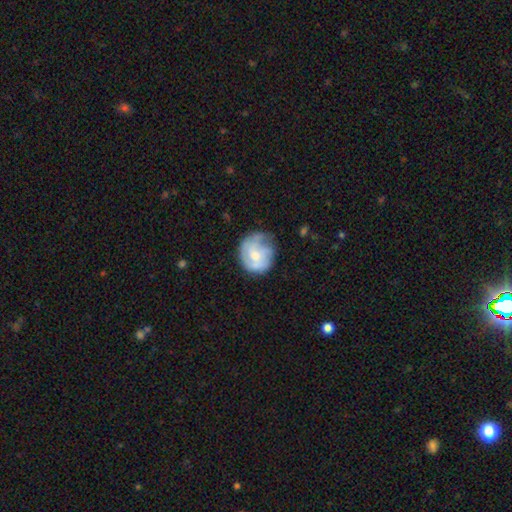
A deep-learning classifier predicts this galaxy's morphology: Smooth or featured: featured or disk — 53% (smooth — 40%)
Edge-on disk: no — 98% (yes — 2%)
Bar: no — 71% (weak — 25%)
Spiral arms: yes — 69% (no — 31%)
Bulge size: moderate — 47% (small — 42%)
Merging: none — 52% (minor disturbance — 30%)